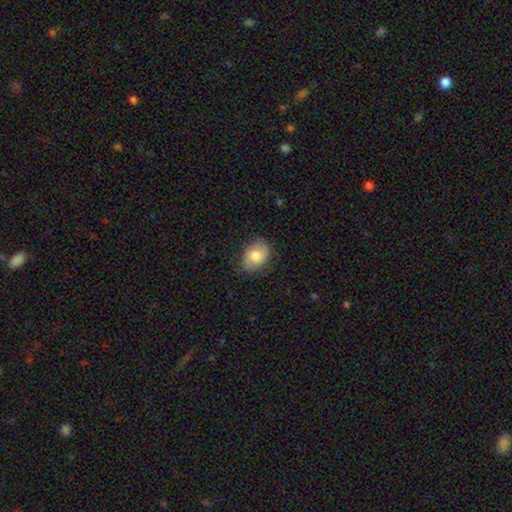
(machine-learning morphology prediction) The model was most divided on "how rounded": in between: 69%, round: 30%, cigar-shaped: 1%. More confident: smooth or featured — smooth (77%); merging — none (77%).